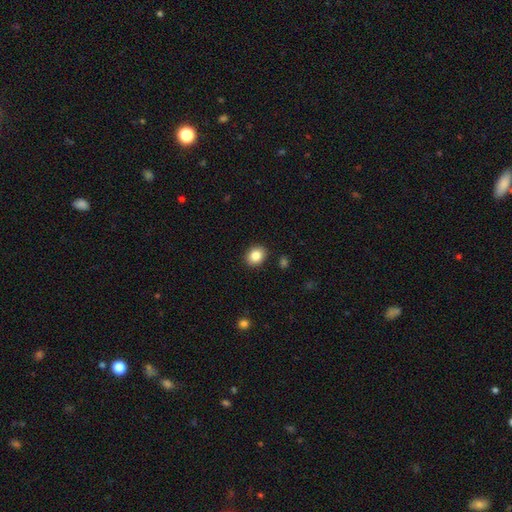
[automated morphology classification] Smooth or featured? smooth (85%)
How rounded? round (52%)
Merging? none (89%)